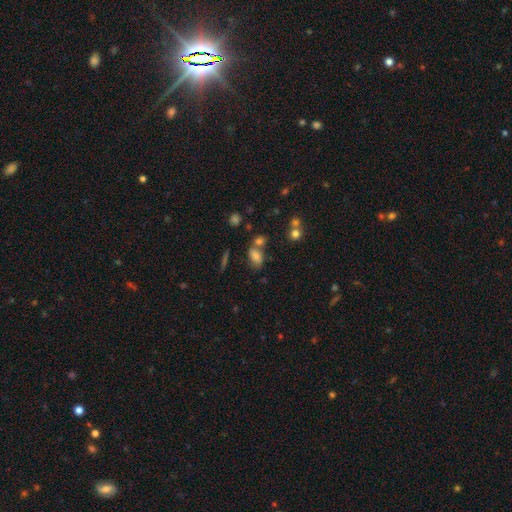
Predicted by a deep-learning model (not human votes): Overall: smooth (72%). How rounded: in between (84%). Merging: none (51%; merger 28%).